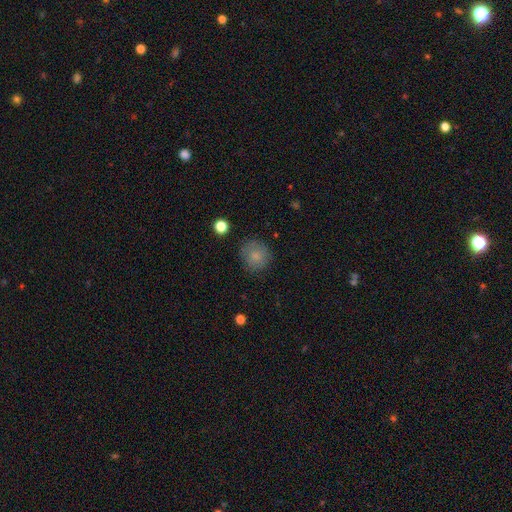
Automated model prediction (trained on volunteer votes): A smooth galaxy with no disk features (82%) that is round (89%). Merging: none (81%).